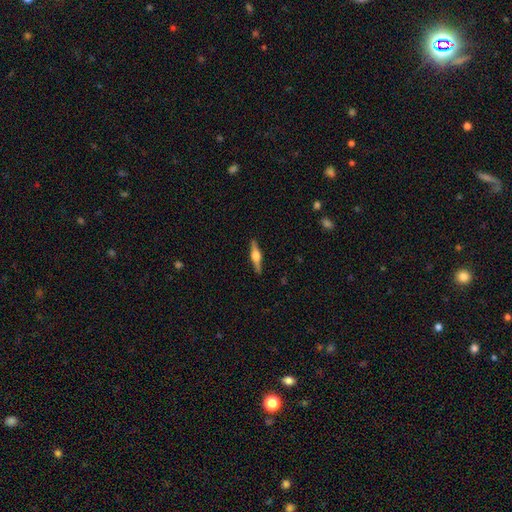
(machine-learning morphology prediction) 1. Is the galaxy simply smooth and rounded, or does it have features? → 70% featured or disk, 25% smooth, 6% star or artifact.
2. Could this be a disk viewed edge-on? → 97% yes, 3% no.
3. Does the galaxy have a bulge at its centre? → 92% rounded, 6% boxy, 2% none.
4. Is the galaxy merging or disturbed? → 90% none, 8% minor disturbance, 2% major disturbance, 1% merger.